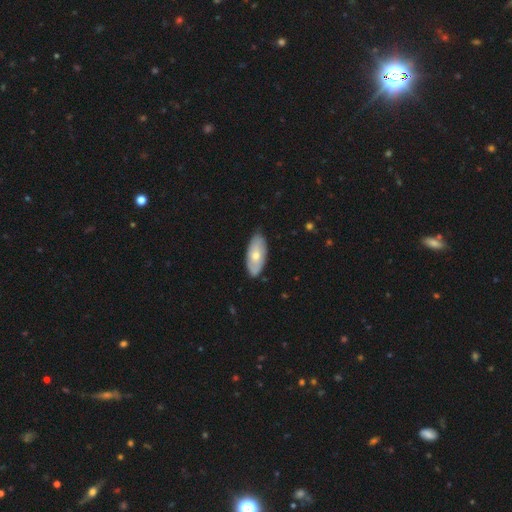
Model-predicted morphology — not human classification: smooth-or-featured: smooth: 60% | featured or disk: 35% | star or artifact: 5%
  how-rounded: in between: 91% | cigar-shaped: 7% | round: 2%
  merging: none: 80% | minor disturbance: 17% | major disturbance: 2% | merger: 1%